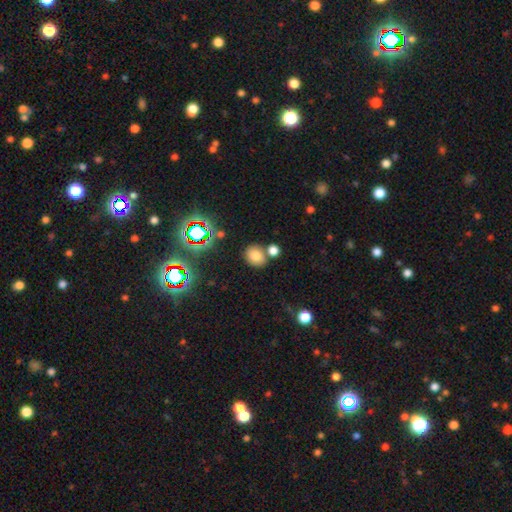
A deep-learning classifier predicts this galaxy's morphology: Smooth or featured: smooth — 75% (star or artifact — 17%)
How rounded: round — 61% (in between — 37%)
Merging: none — 69% (merger — 17%)